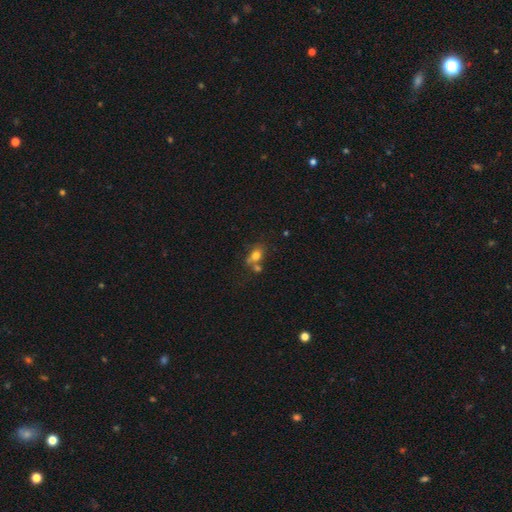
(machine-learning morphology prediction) Smooth or featured? Predicted: smooth (p=0.73). How rounded? Predicted: in between (p=0.63). Merging? Predicted: none (p=0.42).